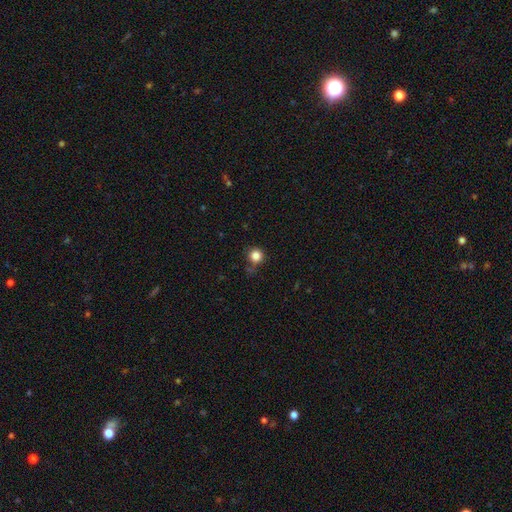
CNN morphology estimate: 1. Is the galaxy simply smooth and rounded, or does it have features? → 84% smooth, 12% star or artifact, 4% featured or disk.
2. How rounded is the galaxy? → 93% round, 6% in between, 1% cigar-shaped.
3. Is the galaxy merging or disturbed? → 78% none, 14% minor disturbance, 4% merger, 4% major disturbance.